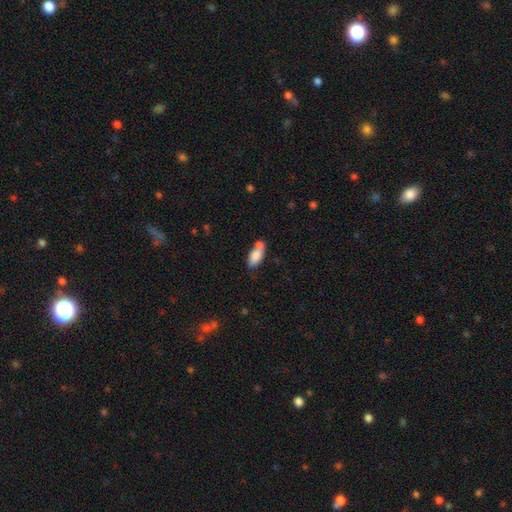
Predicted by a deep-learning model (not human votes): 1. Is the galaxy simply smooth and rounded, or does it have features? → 81% smooth, 12% featured or disk, 8% star or artifact.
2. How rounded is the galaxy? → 86% in between, 10% cigar-shaped, 4% round.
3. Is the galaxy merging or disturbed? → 43% merger, 37% none, 15% minor disturbance, 5% major disturbance.